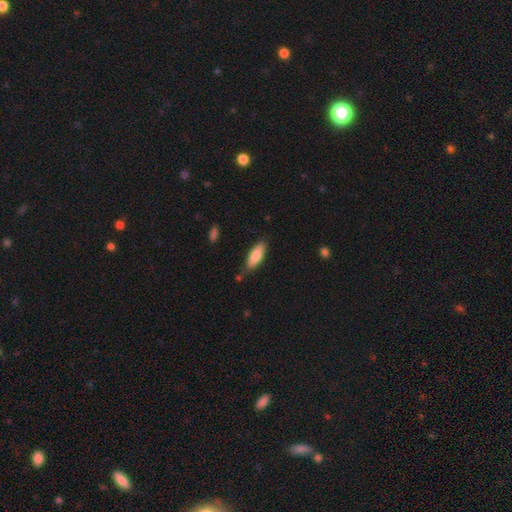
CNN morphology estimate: Overall: smooth (81%). How rounded: in between (62%; cigar-shaped 36%). Merging: none (79%).